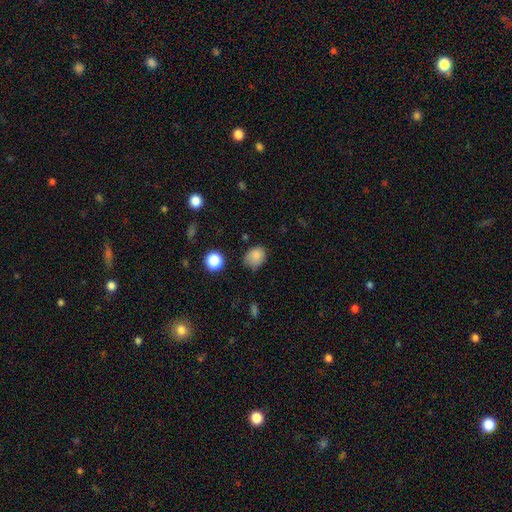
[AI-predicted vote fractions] Smooth or featured: smooth — 84% (star or artifact — 11%)
How rounded: in between — 52% (round — 47%)
Merging: none — 65% (minor disturbance — 27%)